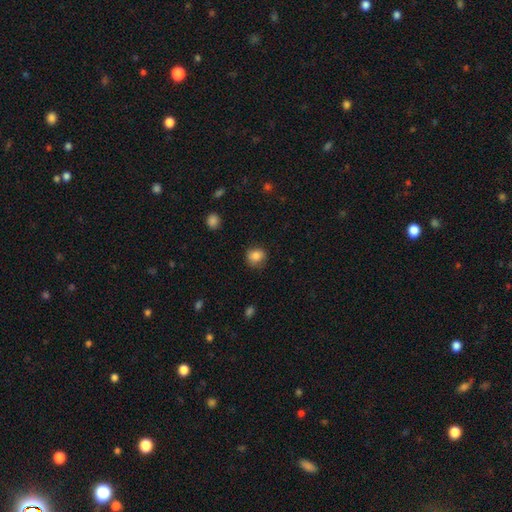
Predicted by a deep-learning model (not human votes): Morphology: type=smooth (84%); roundness=round (76%); merging=none (75%).